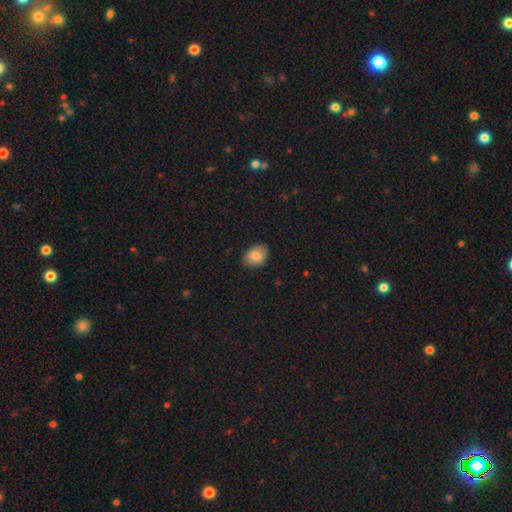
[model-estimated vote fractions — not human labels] Smooth or featured? Predicted: smooth (p=0.83). How rounded? Predicted: in between (p=0.66). Merging? Predicted: none (p=0.85).